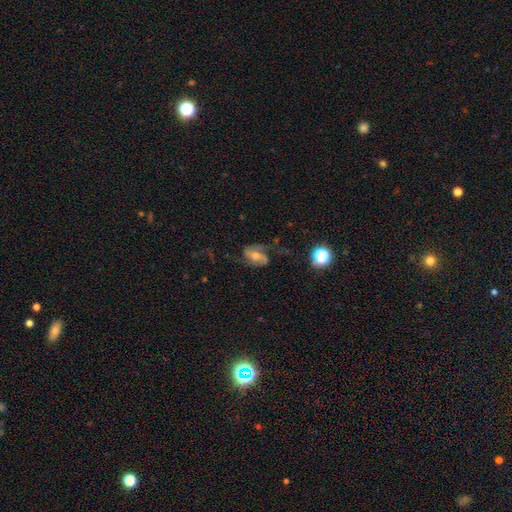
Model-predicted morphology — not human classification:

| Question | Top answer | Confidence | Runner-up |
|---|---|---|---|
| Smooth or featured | featured or disk | 73% | smooth (18%) |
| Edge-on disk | no | 96% | yes (4%) |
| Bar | no | 41% | weak (39%) |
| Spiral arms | yes | 92% | no (8%) |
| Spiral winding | loose | 49% | medium (39%) |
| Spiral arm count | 2 | 85% | 1 (5%) |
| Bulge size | moderate | 53% | small (36%) |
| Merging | none | 56% | major disturbance (21%) |